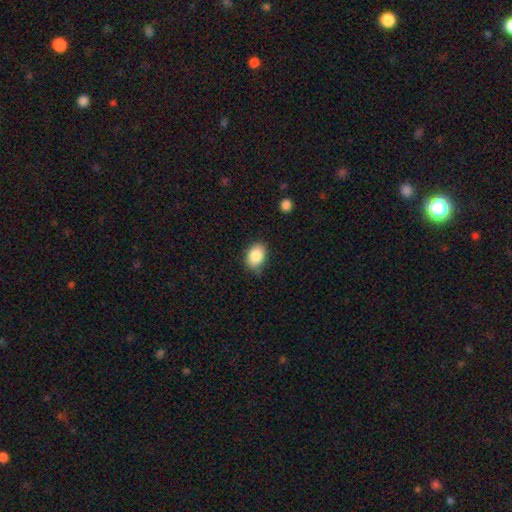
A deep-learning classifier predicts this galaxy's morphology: type=smooth (86%); roundness=in between (71%); merging=none (77%).